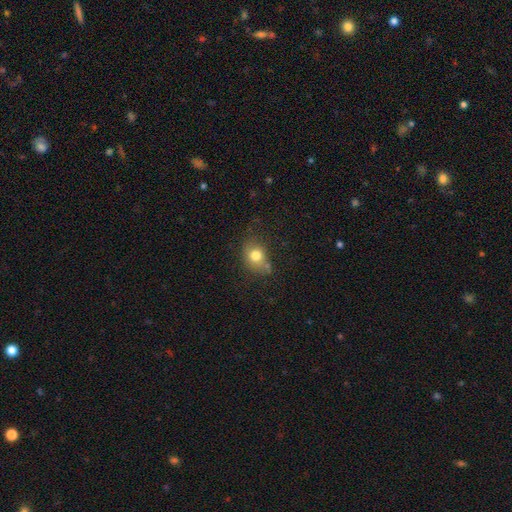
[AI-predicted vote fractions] smooth-or-featured: smooth: 77% | featured or disk: 12% | star or artifact: 11%
  how-rounded: in between: 50% | round: 49% | cigar-shaped: 1%
  merging: none: 60% | minor disturbance: 25% | major disturbance: 8% | merger: 7%